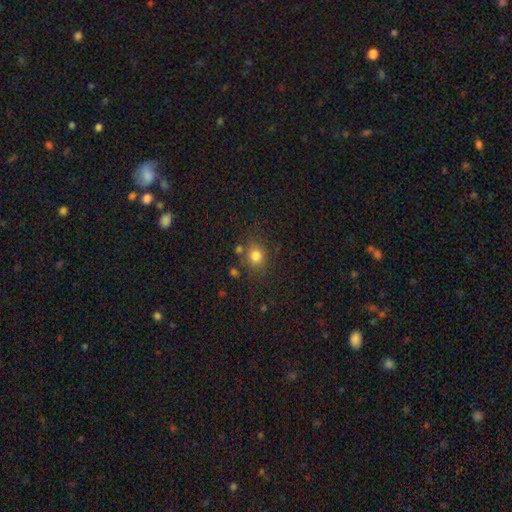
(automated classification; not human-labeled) Smooth or featured? smooth (80%)
How rounded? round (72%)
Merging? none (75%)